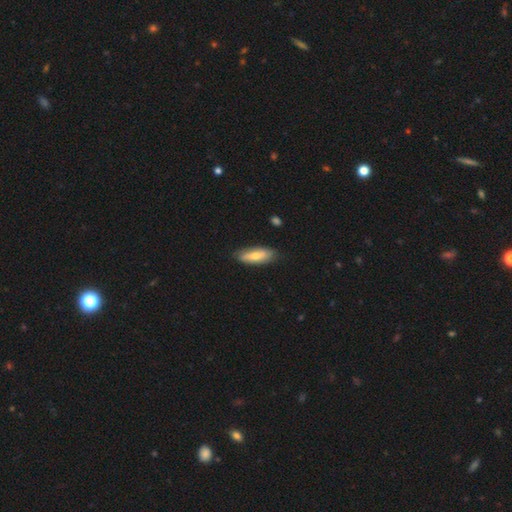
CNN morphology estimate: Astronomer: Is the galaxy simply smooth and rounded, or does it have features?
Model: smooth — 70%.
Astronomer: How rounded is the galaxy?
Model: in between — 61% (runner-up: cigar-shaped, 37%).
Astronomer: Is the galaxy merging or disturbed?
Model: none — 81%.